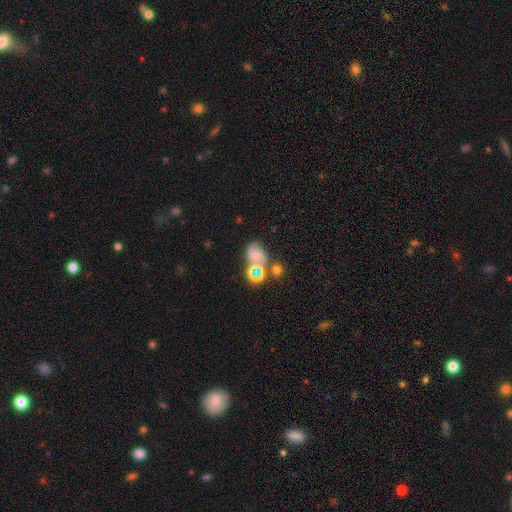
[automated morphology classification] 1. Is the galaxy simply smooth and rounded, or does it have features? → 40% smooth, 37% featured or disk, 23% star or artifact.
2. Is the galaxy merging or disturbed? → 39% none, 30% merger, 18% minor disturbance, 13% major disturbance.